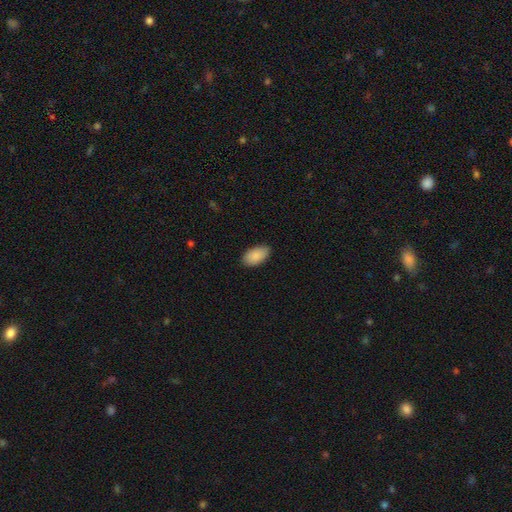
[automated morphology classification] A smooth galaxy with no disk features (90%) that is in between round and cigar-shaped (95%). Merging: none (86%).